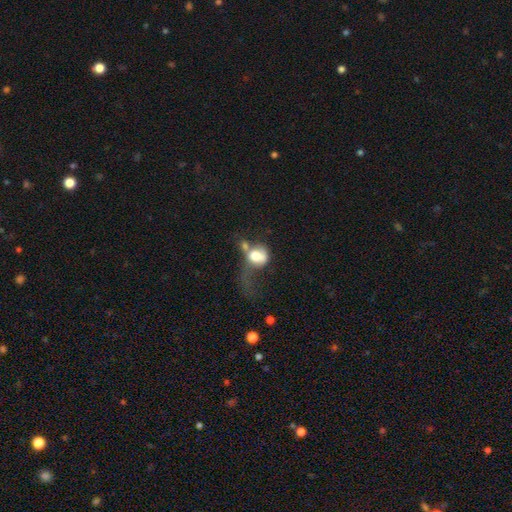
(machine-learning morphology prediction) Overall: smooth (64%; featured or disk 27%). How rounded: round (54%; in between 44%). Merging: major disturbance (41%; merger 34%).